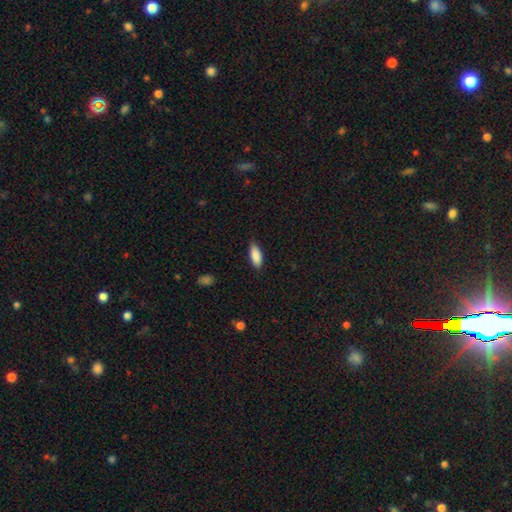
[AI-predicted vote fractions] The model was most divided on "how rounded": in between: 74%, cigar-shaped: 24%, round: 2%. More confident: smooth or featured — smooth (88%); merging — none (82%).